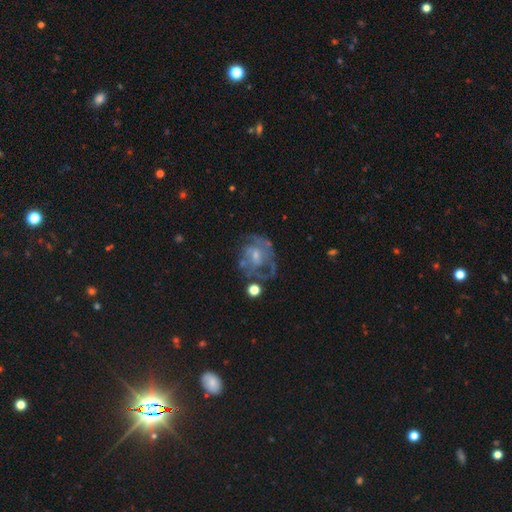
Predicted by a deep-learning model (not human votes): Morphology: type=featured or disk (71%); edge-on=no (97%); bar=no (53%); spiral arms=yes (65%); bulge=small (51%); merging=none (45%).